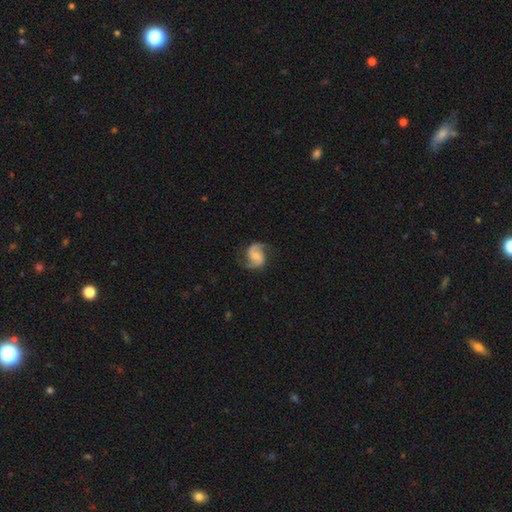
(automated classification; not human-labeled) The model was most divided on "bar": no: 46%, weak: 41%, strong: 12%. Remaining: edge-on disk — no (98%); spiral arms — yes (97%); spiral arm count — 2 (93%); smooth or featured — featured or disk (83%); merging — none (78%); spiral winding — medium (50%); bulge size — small (41%).